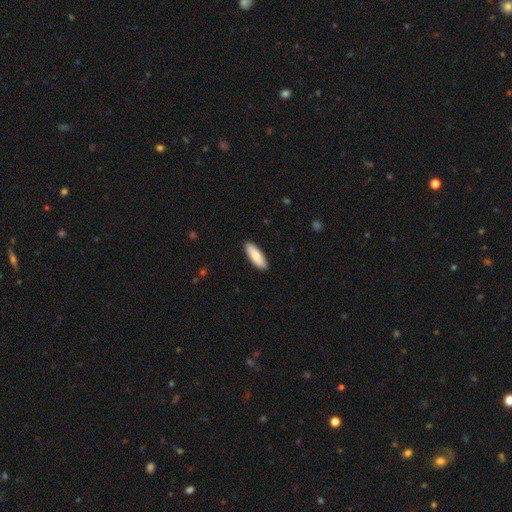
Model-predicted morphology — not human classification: A smooth galaxy with no disk features (85%) that is in between round and cigar-shaped (60%). Merging: none (90%).